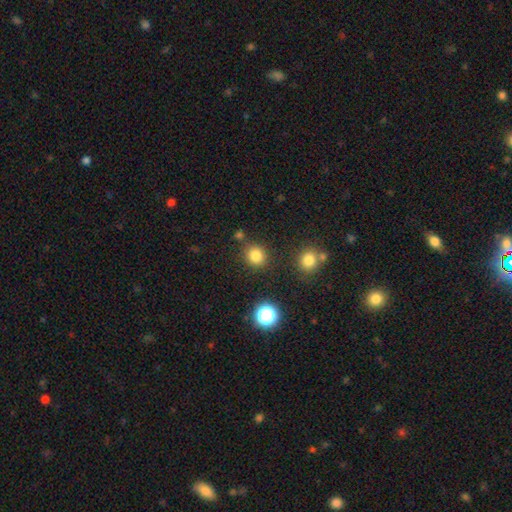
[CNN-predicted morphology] Overall: smooth (82%). How rounded: round (86%). Merging: none (84%).